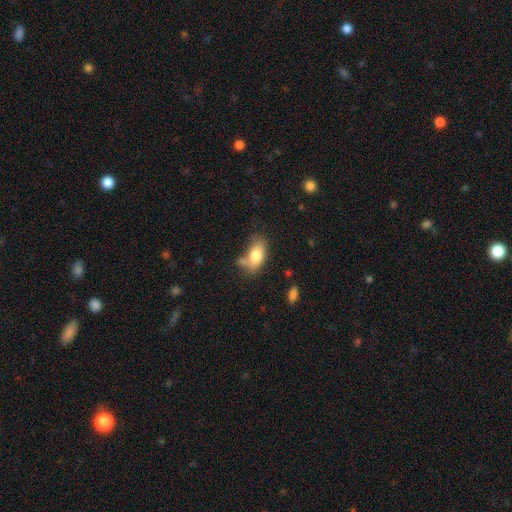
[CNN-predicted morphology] Smooth or featured?
  - smooth: 79% *
  - featured or disk: 14%
  - star or artifact: 7%
How rounded?
  - in between: 90% *
  - round: 5%
  - cigar-shaped: 5%
Merging?
  - none: 48% *
  - minor disturbance: 25%
  - merger: 16%
  - major disturbance: 11%